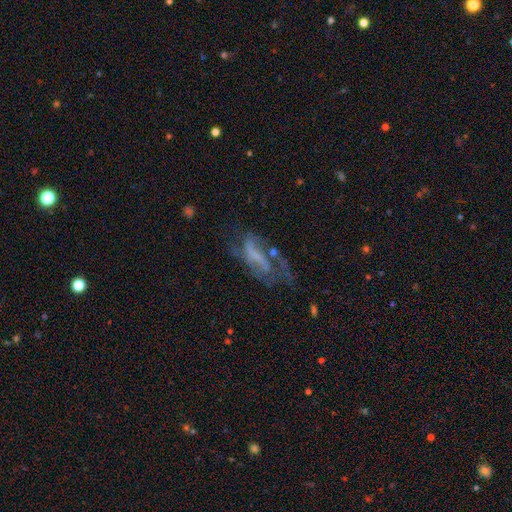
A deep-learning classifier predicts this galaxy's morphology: featured or disk 63%, smooth 25%, star or artifact 13%. Down the decision tree: edge-on disk — no (90%); bar — no (40%); spiral arms — yes (65%); bulge size — none (61%); merging — none (36%).